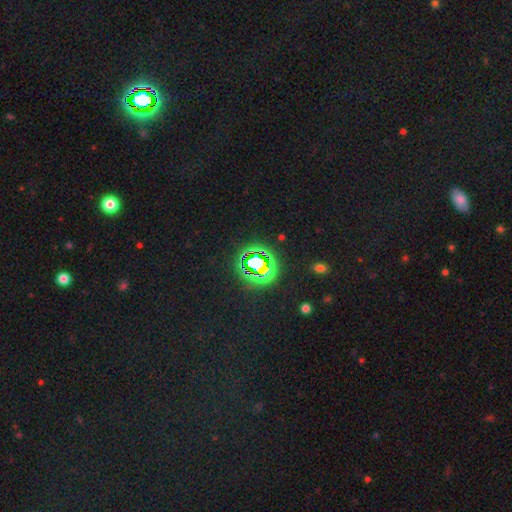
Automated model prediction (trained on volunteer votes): Q: Smooth or featured?
A: star or artifact (76%); runner-up: smooth (15%)